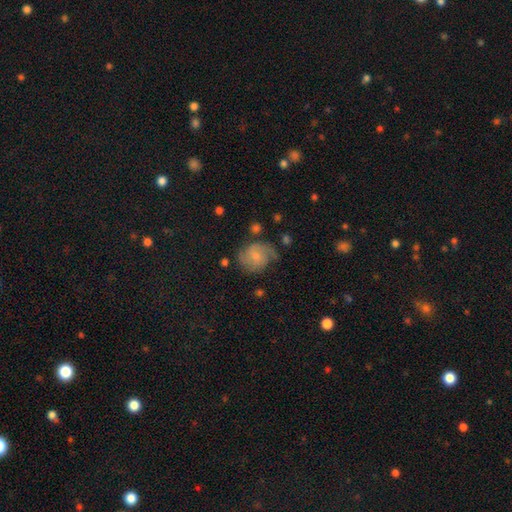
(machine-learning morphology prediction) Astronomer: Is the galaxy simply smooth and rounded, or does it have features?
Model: featured or disk — 50% (runner-up: smooth, 42%).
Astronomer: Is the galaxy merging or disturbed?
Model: none — 56%.